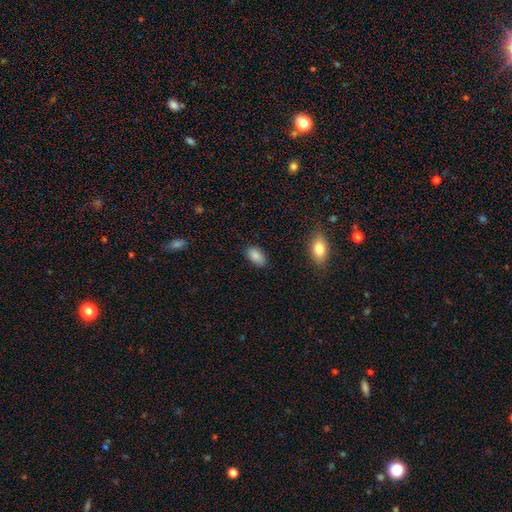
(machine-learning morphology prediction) A smooth galaxy with no disk features (88%) that is in between round and cigar-shaped (93%). Merging: none (84%).